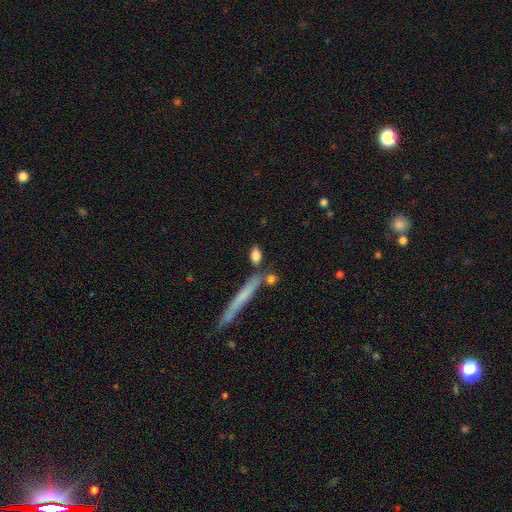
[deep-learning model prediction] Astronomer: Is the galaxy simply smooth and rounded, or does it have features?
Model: smooth — 79%.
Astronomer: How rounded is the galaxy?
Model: in between — 68%.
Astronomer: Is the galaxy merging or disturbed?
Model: none — 67%.